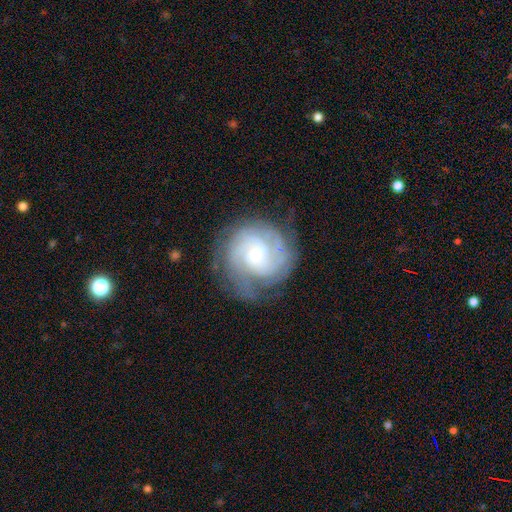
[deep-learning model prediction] A featured or disk galaxy (84%) with no bar (74%), tight (73%) spiral arms (97%) and a small central bulge (60%). Merging: none (76%).